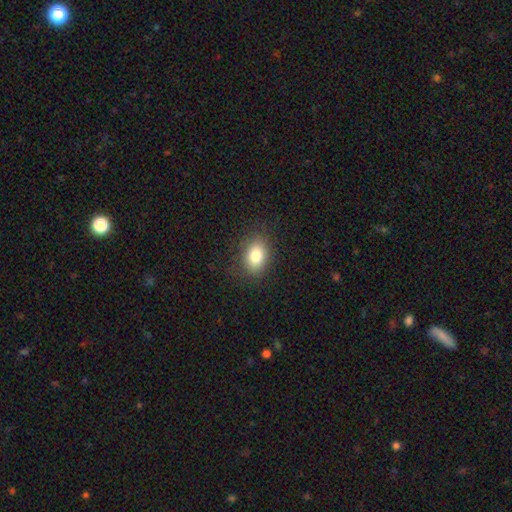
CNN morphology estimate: This appears to be a smooth galaxy with no disk features (82%) that is in between round and cigar-shaped (78%). Merging: none (84%).